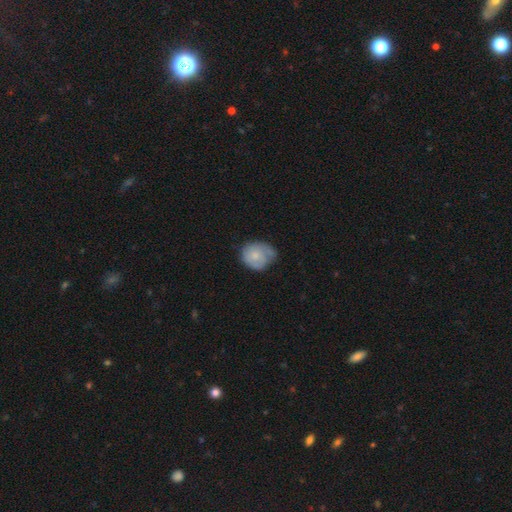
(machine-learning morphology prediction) A smooth galaxy with no disk features (68%) that is round (66%). Merging: minor disturbance (43%).